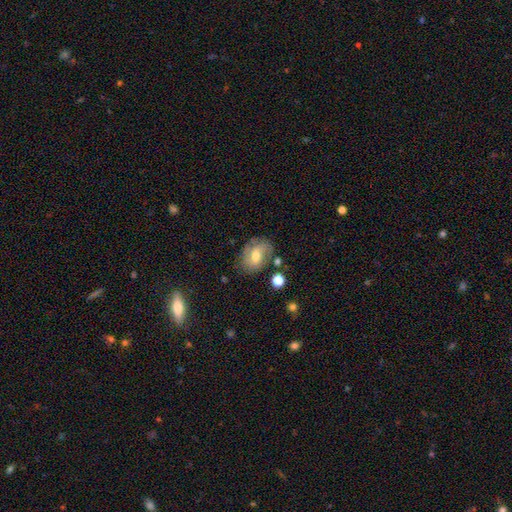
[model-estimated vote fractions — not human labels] Morphology: type=smooth (49%); merging=none (66%).